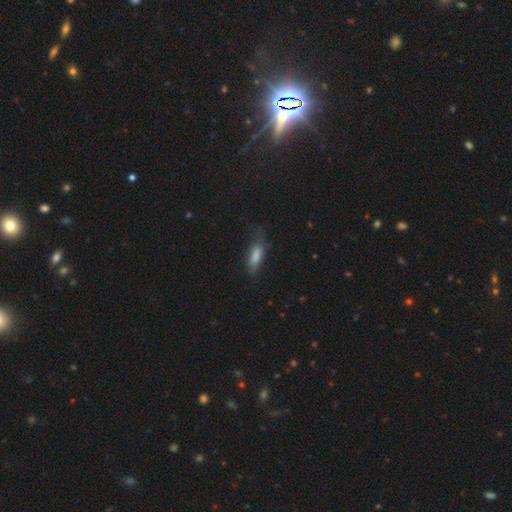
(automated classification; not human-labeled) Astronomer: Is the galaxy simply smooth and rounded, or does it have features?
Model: smooth — 80%.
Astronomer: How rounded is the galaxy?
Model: in between — 63%.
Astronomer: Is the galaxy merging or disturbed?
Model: none — 58%.